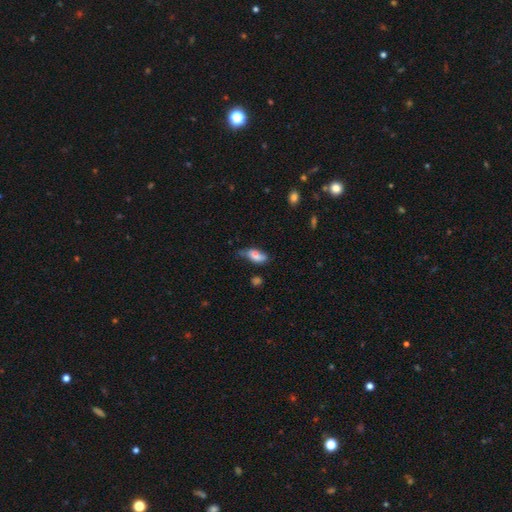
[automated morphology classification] type=smooth (68%); roundness=in between (83%); merging=none (46%).